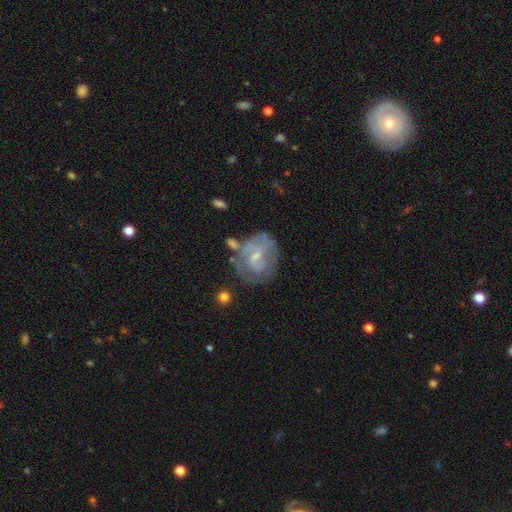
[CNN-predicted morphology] Overall: featured or disk (64%; smooth 28%). Edge-on disk: no (96%). Bar: weak (49%; no 40%). Spiral arms: yes (63%; no 37%). Bulge size: small (55%; moderate 34%). Merging: none (52%; minor disturbance 23%).